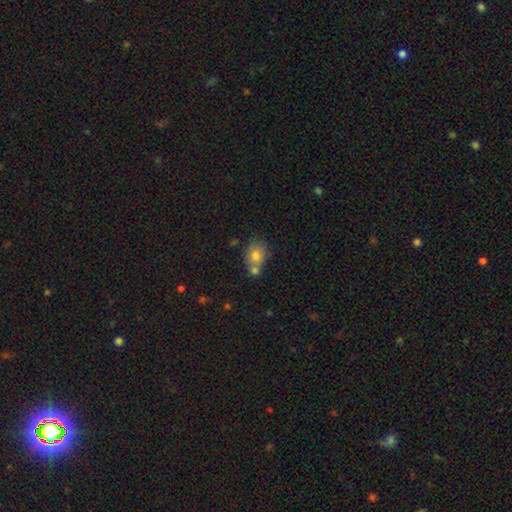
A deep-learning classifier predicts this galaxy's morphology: A smooth galaxy with no disk features (76%) that is in between round and cigar-shaped (60%).

Vote fractions:
- Smooth or featured? smooth: 76% / featured or disk: 14% / star or artifact: 9%
- How rounded? in between: 60% / round: 38% / cigar-shaped: 1%
- Merging? none: 46% / merger: 35% / minor disturbance: 15% / major disturbance: 4%